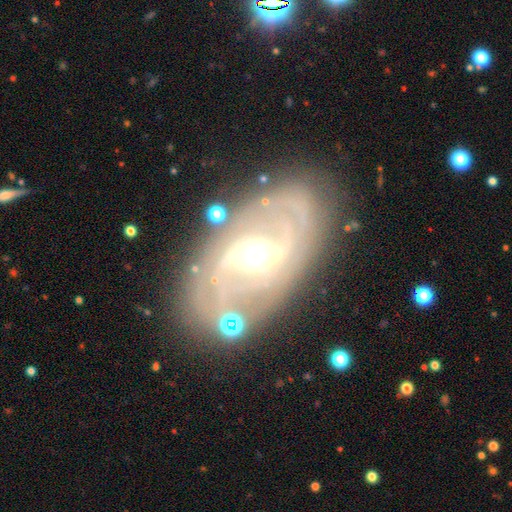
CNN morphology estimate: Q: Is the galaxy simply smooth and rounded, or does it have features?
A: featured or disk — 87%.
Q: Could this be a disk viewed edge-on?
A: no — 95%.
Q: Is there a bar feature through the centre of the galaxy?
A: weak — 42%.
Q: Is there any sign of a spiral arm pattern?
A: yes — 93%.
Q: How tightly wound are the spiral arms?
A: medium — 43%.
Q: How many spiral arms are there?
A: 2 — 74%.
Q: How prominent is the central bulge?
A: moderate — 67%.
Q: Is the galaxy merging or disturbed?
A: none — 77%.